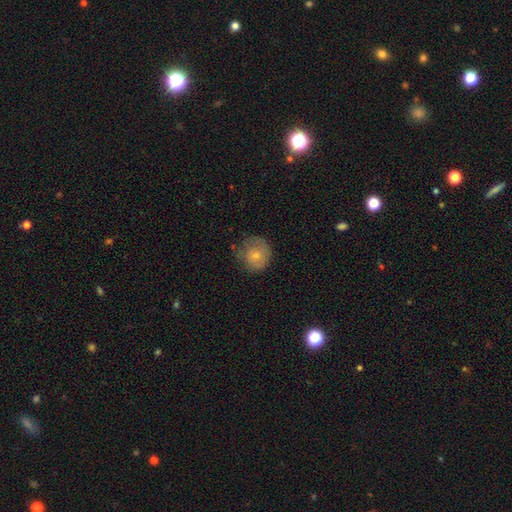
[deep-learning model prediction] Smooth or featured: smooth — 68% (featured or disk — 25%)
How rounded: round — 84% (in between — 15%)
Merging: none — 54% (minor disturbance — 30%)